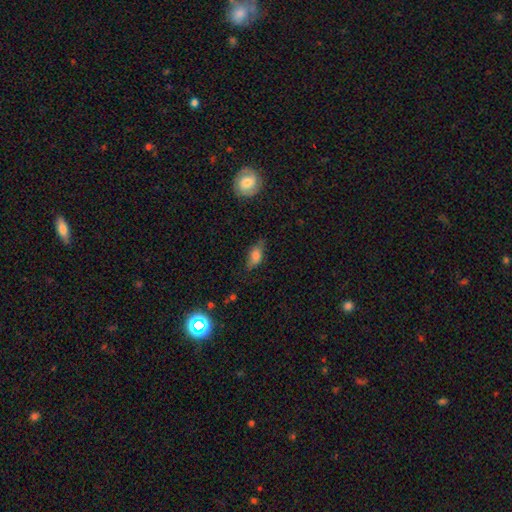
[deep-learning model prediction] Smooth or featured?
  - smooth: 76% *
  - featured or disk: 15%
  - star or artifact: 9%
How rounded?
  - in between: 85% *
  - cigar-shaped: 9%
  - round: 6%
Merging?
  - none: 66% *
  - minor disturbance: 26%
  - major disturbance: 7%
  - merger: 2%